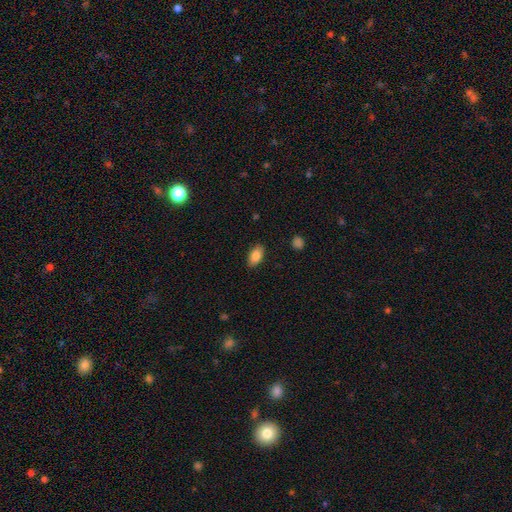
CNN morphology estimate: Smooth or featured? smooth (85%)
How rounded? in between (93%)
Merging? none (87%)